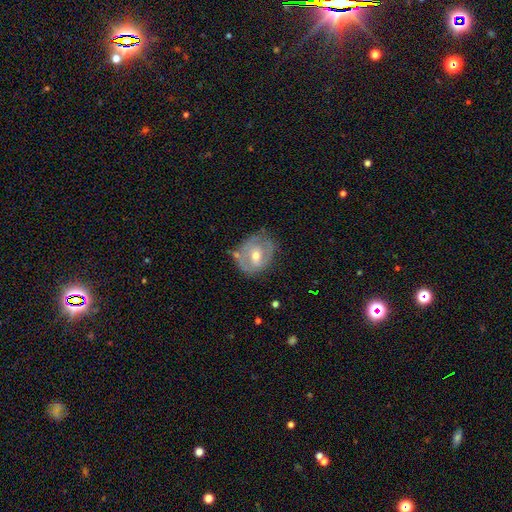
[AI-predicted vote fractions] Q: Smooth or featured?
A: featured or disk (65%); runner-up: smooth (28%)
Q: Edge-on disk?
A: no (96%); runner-up: yes (4%)
Q: Bar?
A: no (48%); runner-up: weak (40%)
Q: Spiral arms?
A: yes (58%); runner-up: no (42%)
Q: Bulge size?
A: moderate (68%); runner-up: small (27%)
Q: Merging?
A: none (62%); runner-up: minor disturbance (24%)